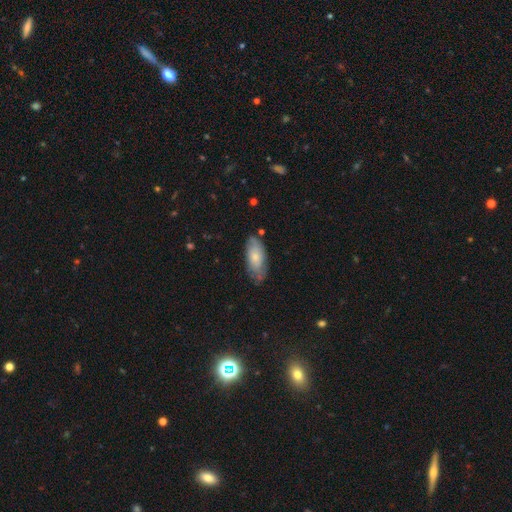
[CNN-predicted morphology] The model was most divided on "smooth or featured": smooth: 61%, featured or disk: 32%, star or artifact: 6%. More confident: how rounded — in between (84%); merging — none (65%).